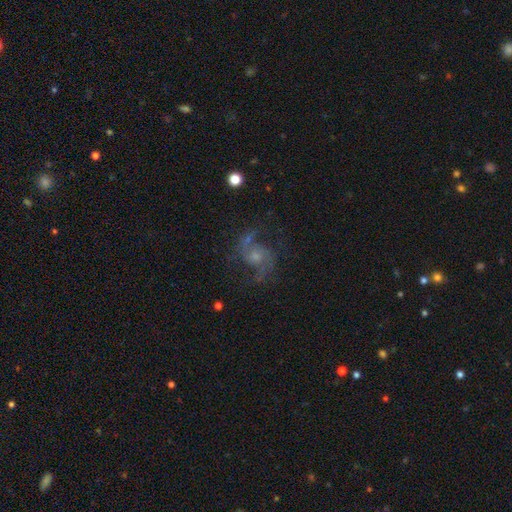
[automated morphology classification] Smooth or featured? featured or disk (81%)
Edge-on disk? no (98%)
Bar? no (65%)
Spiral arms? yes (95%)
Spiral winding? medium (47%)
Spiral arm count? 2 (89%)
Bulge size? small (49%)
Merging? none (70%)